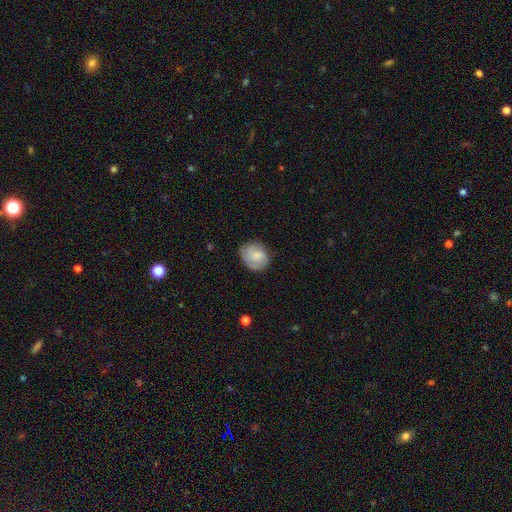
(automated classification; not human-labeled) The model was most divided on "how rounded": round: 68%, in between: 31%, cigar-shaped: 1%. More confident: smooth or featured — smooth (73%); merging — none (72%).